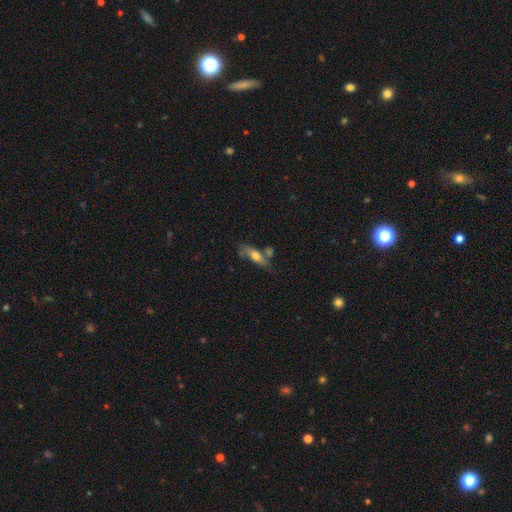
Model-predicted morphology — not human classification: A smooth galaxy with no disk features (56%) that is in between round and cigar-shaped (57%).

Vote fractions:
- Smooth or featured? smooth: 56% / featured or disk: 37% / star or artifact: 7%
- How rounded? in between: 57% / cigar-shaped: 39% / round: 4%
- Merging? none: 49% / minor disturbance: 21% / merger: 20% / major disturbance: 9%